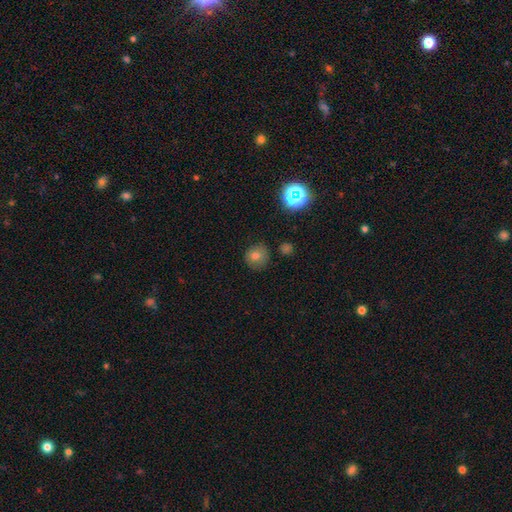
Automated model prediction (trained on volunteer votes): A smooth galaxy with no disk features (74%) that is round (90%). Merging: none (82%).